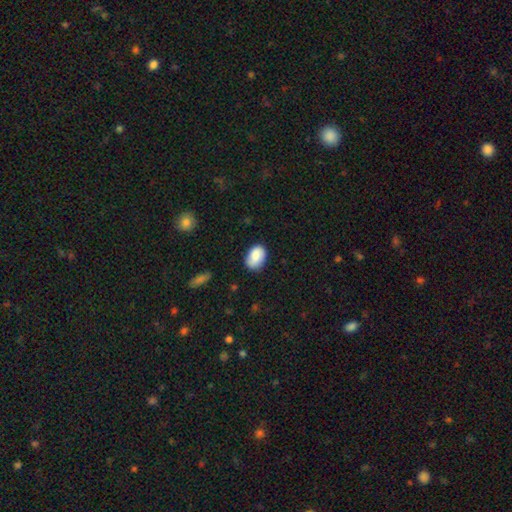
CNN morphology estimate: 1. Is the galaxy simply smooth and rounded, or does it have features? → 83% smooth, 9% featured or disk, 7% star or artifact.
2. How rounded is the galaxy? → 82% in between, 17% round, 1% cigar-shaped.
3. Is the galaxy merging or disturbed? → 75% none, 20% minor disturbance, 4% major disturbance, 2% merger.